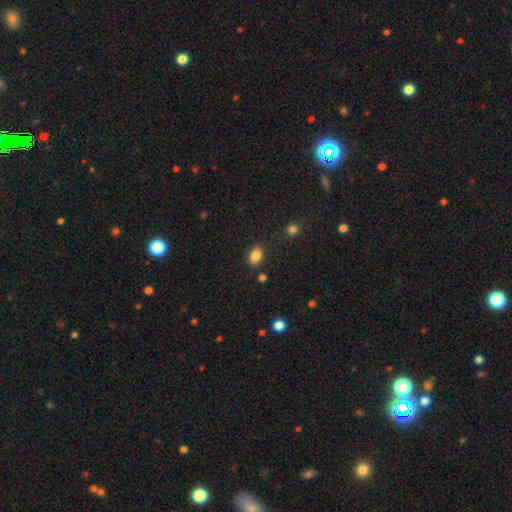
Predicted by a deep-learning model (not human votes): A smooth galaxy with no disk features (84%) that is in between round and cigar-shaped (76%). Merging: none (83%).